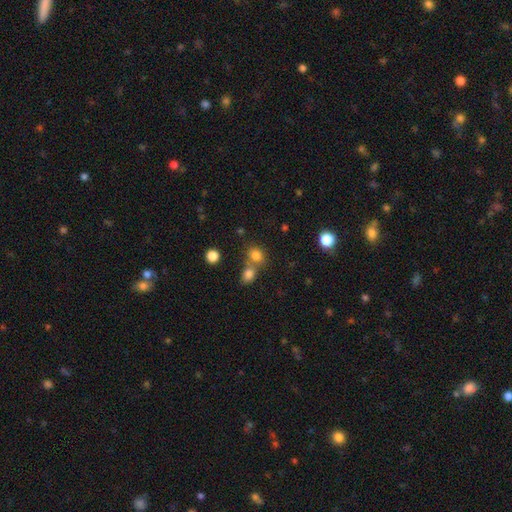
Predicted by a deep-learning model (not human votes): Overall: smooth (79%). How rounded: round (58%; in between 41%). Merging: none (47%; merger 40%).